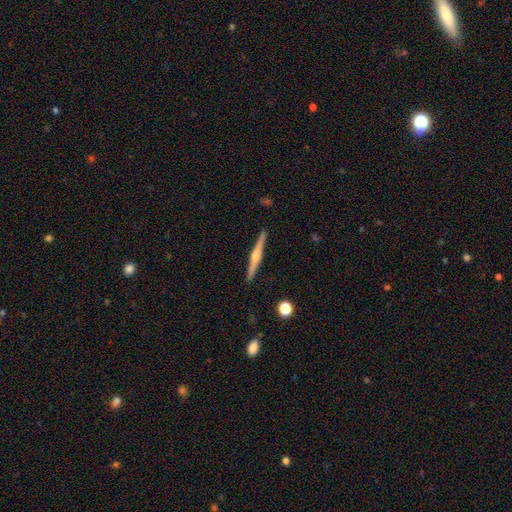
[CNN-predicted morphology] smooth-or-featured: featured or disk: 73% | smooth: 21% | star or artifact: 6%
  disk-edge-on: yes: 98% | no: 2%
    edge-on-bulge: rounded: 85% | boxy: 7% | none: 7%
  merging: none: 92% | minor disturbance: 6% | major disturbance: 1% | merger: 1%